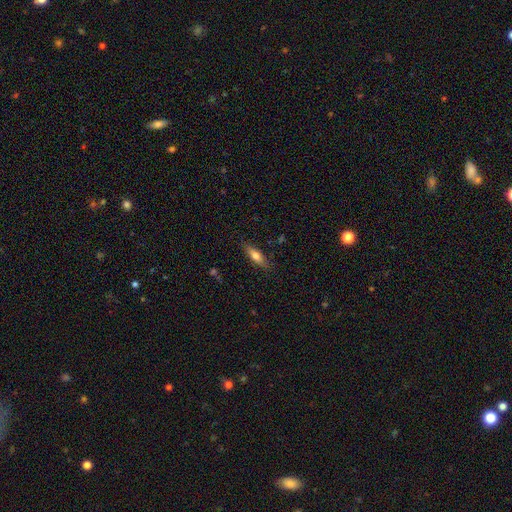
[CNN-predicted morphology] Smooth or featured?
  - smooth: 65% *
  - featured or disk: 28%
  - star or artifact: 7%
How rounded?
  - cigar-shaped: 56% *
  - in between: 41%
  - round: 2%
Merging?
  - none: 83% *
  - minor disturbance: 12%
  - major disturbance: 3%
  - merger: 1%